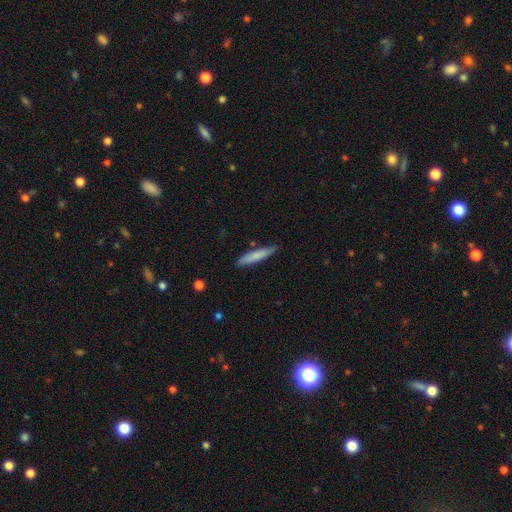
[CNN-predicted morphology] Smooth or featured: smooth — 78% (featured or disk — 16%)
How rounded: cigar-shaped — 89% (in between — 10%)
Merging: none — 81% (minor disturbance — 15%)